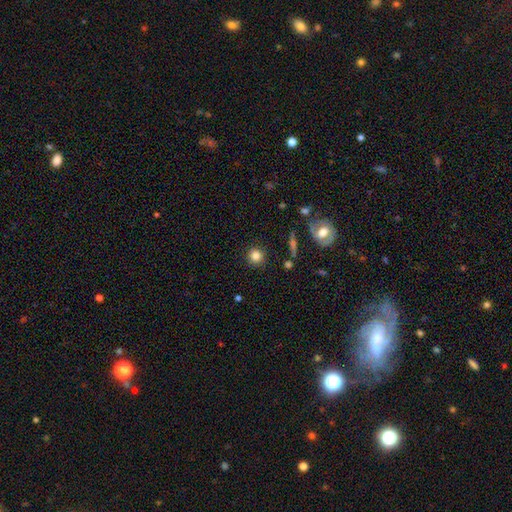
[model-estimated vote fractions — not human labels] Smooth or featured?
  - smooth: 82% *
  - star or artifact: 11%
  - featured or disk: 7%
How rounded?
  - round: 93% *
  - in between: 6%
  - cigar-shaped: 1%
Merging?
  - none: 89% *
  - minor disturbance: 6%
  - major disturbance: 2%
  - merger: 2%